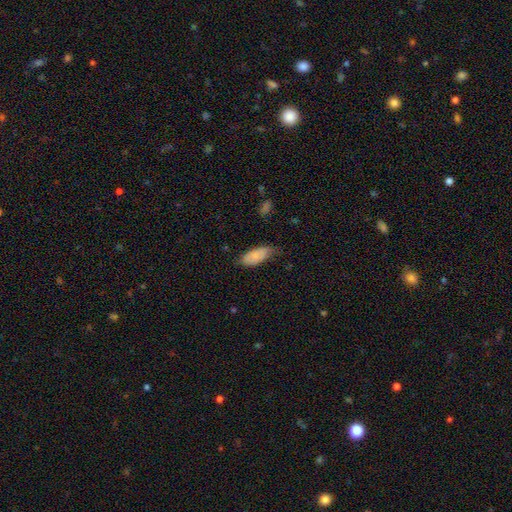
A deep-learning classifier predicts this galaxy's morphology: Smooth or featured? smooth (79%)
How rounded? in between (87%)
Merging? none (49%)